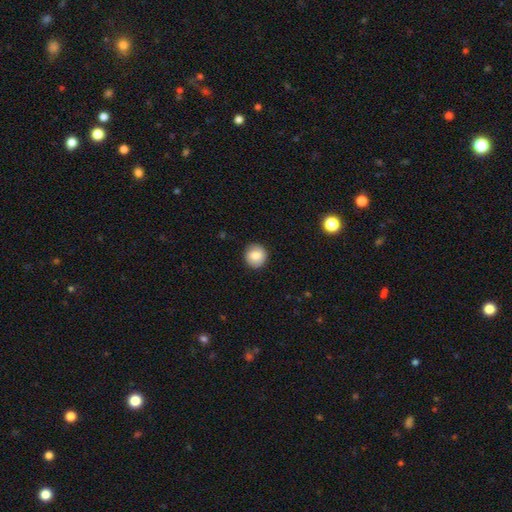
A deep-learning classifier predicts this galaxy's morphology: Smooth or featured? smooth (84%)
How rounded? round (92%)
Merging? none (89%)